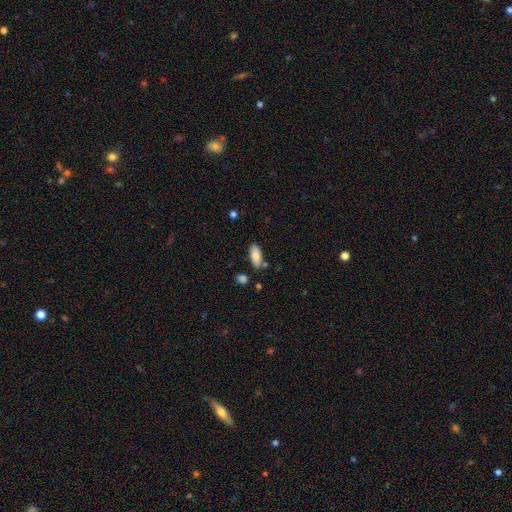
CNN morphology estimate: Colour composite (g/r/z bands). It shows a smooth galaxy with no disk features (81%) that is in between round and cigar-shaped (84%). Merging: none (78%).